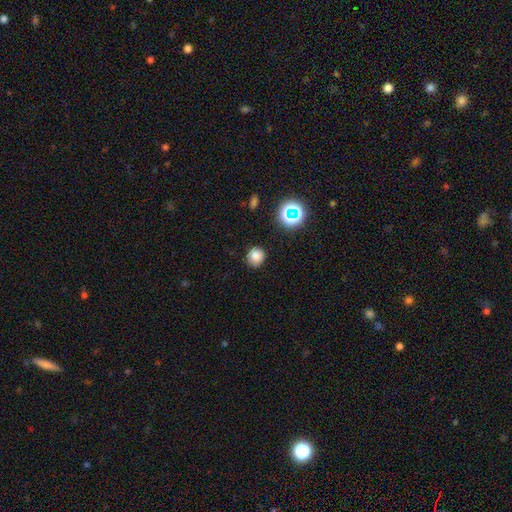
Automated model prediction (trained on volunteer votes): A smooth galaxy with no disk features (79%) that is round (87%). Merging: none (83%).